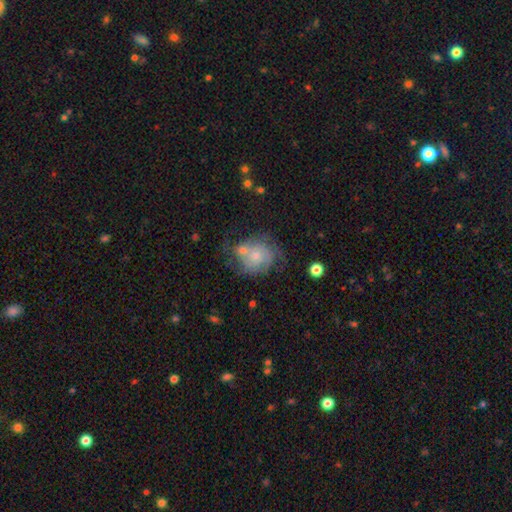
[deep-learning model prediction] Overall: featured or disk (49%; smooth 43%). Merging: none (40%; merger 26%).